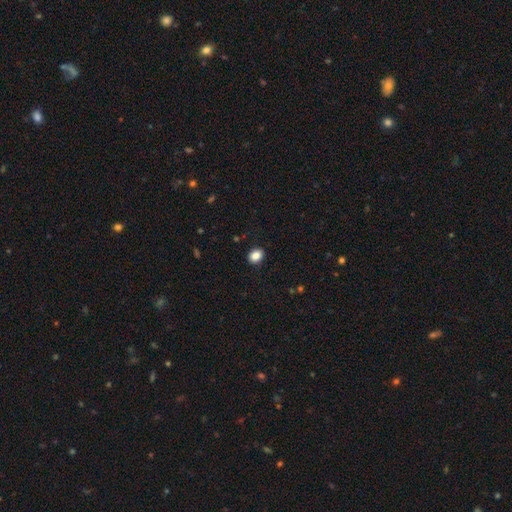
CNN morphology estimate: A smooth galaxy with no disk features (87%) that is in between round and cigar-shaped (52%).

Vote fractions:
- Smooth or featured? smooth: 87% / star or artifact: 9% / featured or disk: 4%
- How rounded? in between: 52% / round: 47% / cigar-shaped: 1%
- Merging? none: 90% / minor disturbance: 7% / major disturbance: 2% / merger: 1%